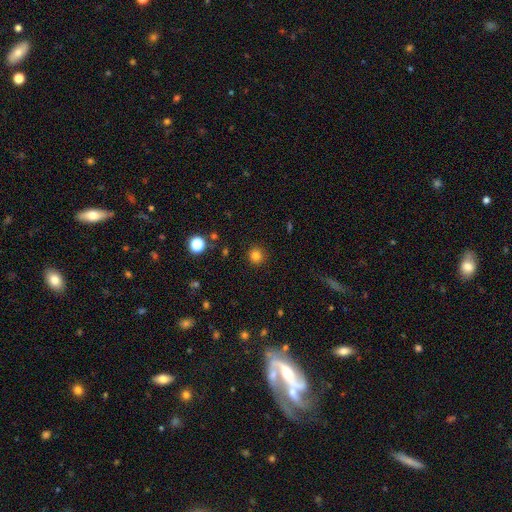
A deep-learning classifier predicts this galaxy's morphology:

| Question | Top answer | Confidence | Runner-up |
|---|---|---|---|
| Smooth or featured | smooth | 81% | star or artifact (14%) |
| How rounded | round | 94% | in between (5%) |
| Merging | none | 92% | minor disturbance (5%) |